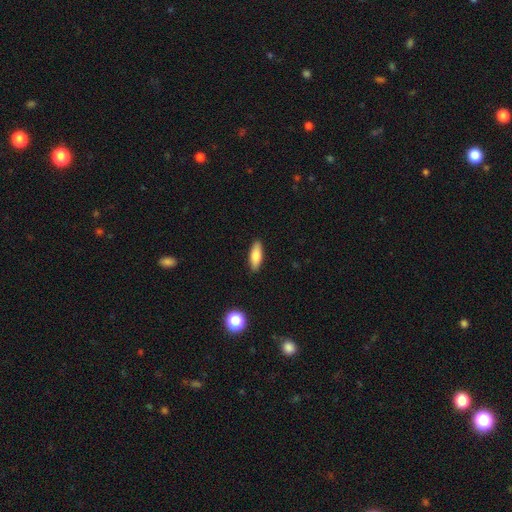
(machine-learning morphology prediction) smooth_or_featured: smooth (p=0.79) [alt: featured or disk p=0.14]
how_rounded: in between (p=0.65) [alt: cigar-shaped p=0.32]
merging: none (p=0.90) [alt: minor disturbance p=0.07]